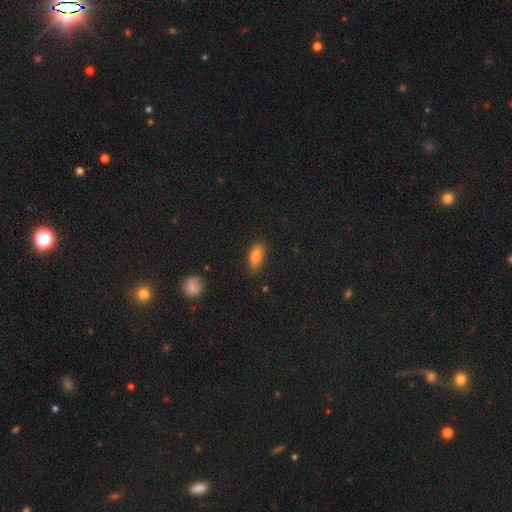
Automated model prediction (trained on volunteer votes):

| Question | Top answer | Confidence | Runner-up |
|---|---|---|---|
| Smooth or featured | smooth | 81% | featured or disk (11%) |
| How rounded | in between | 78% | cigar-shaped (19%) |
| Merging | none | 81% | minor disturbance (15%) |